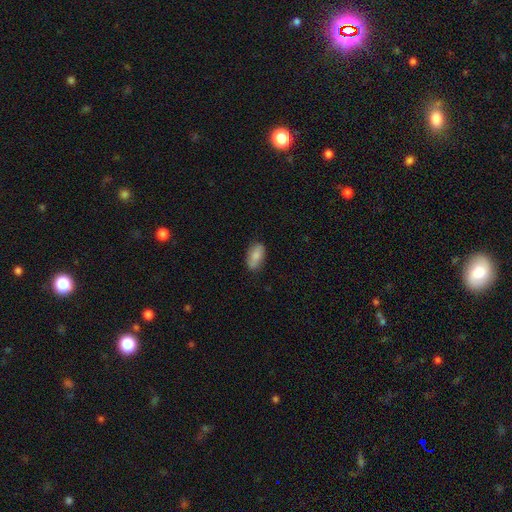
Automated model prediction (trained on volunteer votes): A smooth galaxy with no disk features (81%) that is in between round and cigar-shaped (90%). Merging: none (82%).